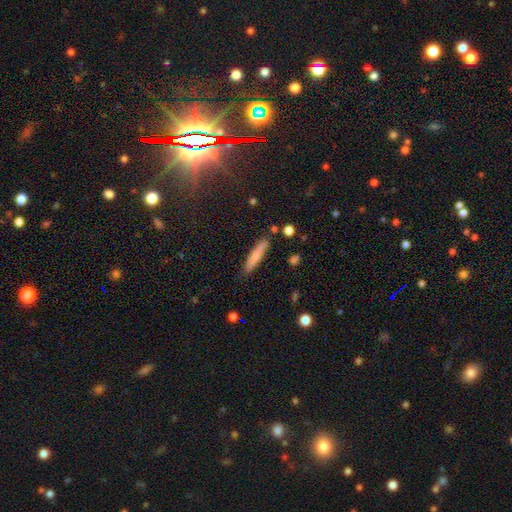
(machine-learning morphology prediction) Smooth or featured? smooth (72%)
How rounded? cigar-shaped (90%)
Merging? none (86%)